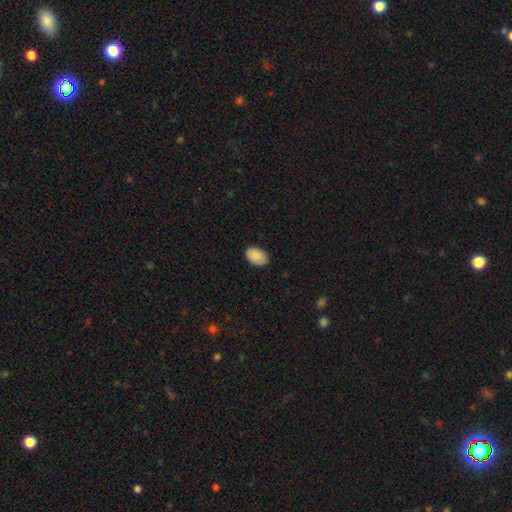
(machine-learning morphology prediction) A smooth galaxy with no disk features (89%) that is in between round and cigar-shaped (89%). Merging: none (85%).